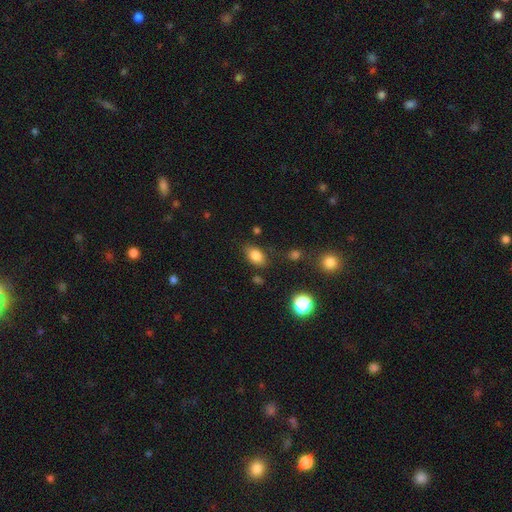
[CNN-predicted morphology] Smooth or featured? Predicted: smooth (p=0.82). How rounded? Predicted: in between (p=0.84). Merging? Predicted: none (p=0.77).